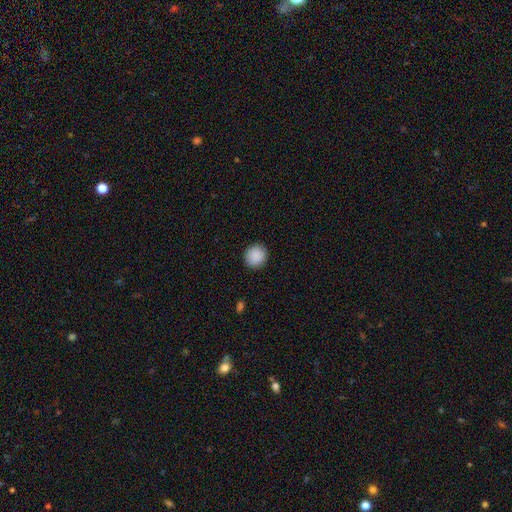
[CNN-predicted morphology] Overall: smooth (90%). How rounded: round (87%). Merging: none (91%).